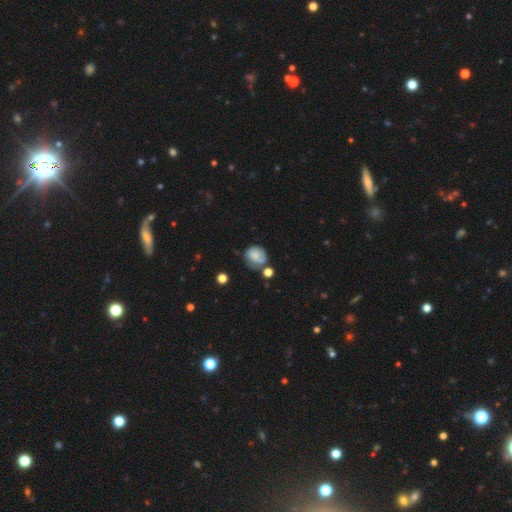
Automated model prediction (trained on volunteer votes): smooth-or-featured: smooth: 55% | featured or disk: 36% | star or artifact: 9%
  how-rounded: round: 69% | in between: 30% | cigar-shaped: 1%
  merging: none: 48% | minor disturbance: 26% | merger: 13% | major disturbance: 12%